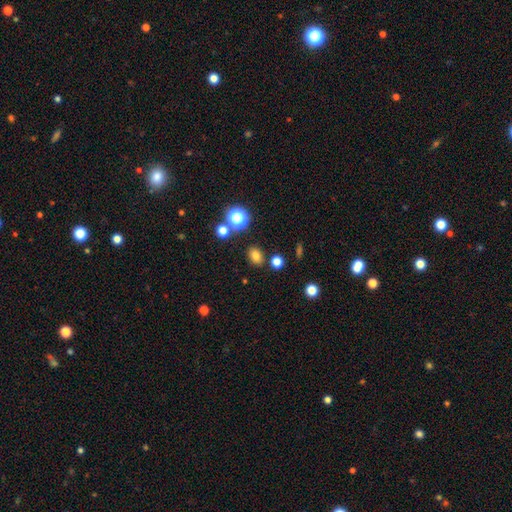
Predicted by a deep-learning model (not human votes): This appears to be a smooth galaxy with no disk features (78%) that is in between round and cigar-shaped (59%). Merging: none (82%).